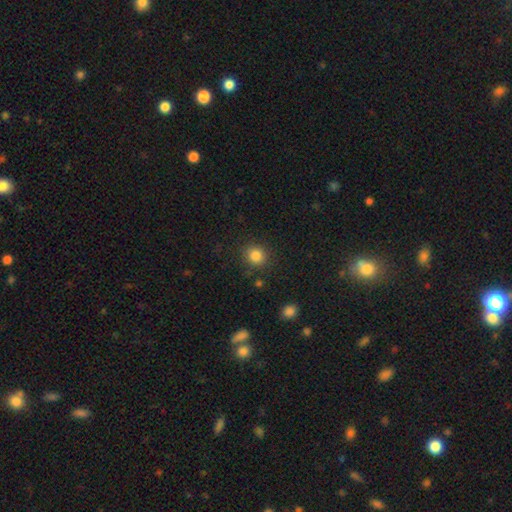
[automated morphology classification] Smooth or featured? Predicted: smooth (p=0.84). How rounded? Predicted: round (p=0.87). Merging? Predicted: none (p=0.87).